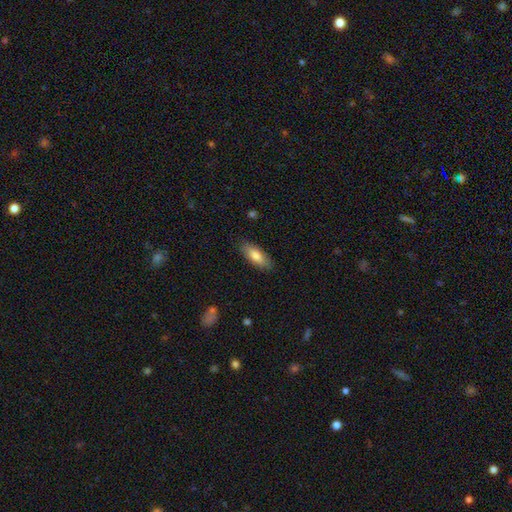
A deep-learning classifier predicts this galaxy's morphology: smooth_or_featured: smooth (p=0.77) [alt: featured or disk p=0.17]
how_rounded: in between (p=0.77) [alt: cigar-shaped p=0.21]
merging: none (p=0.86) [alt: minor disturbance p=0.11]